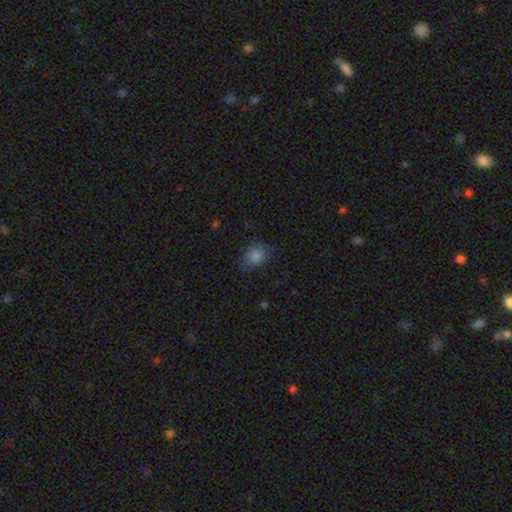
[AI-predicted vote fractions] This appears to be a smooth galaxy with no disk features (82%) that is in between round and cigar-shaped (55%). Merging: none (69%).